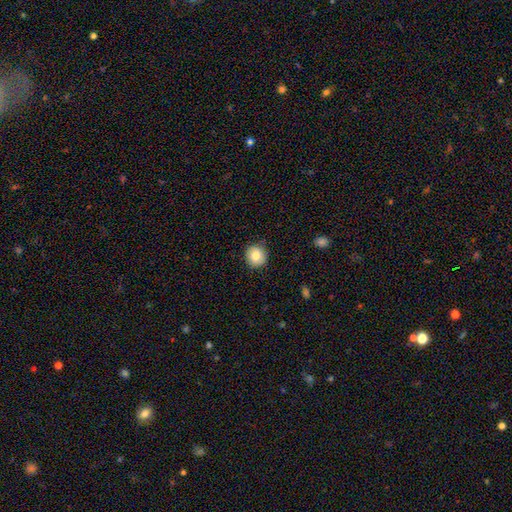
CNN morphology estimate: Q: Smooth or featured?
A: smooth (80%); runner-up: featured or disk (11%)
Q: How rounded?
A: round (89%); runner-up: in between (10%)
Q: Merging?
A: none (86%); runner-up: minor disturbance (11%)